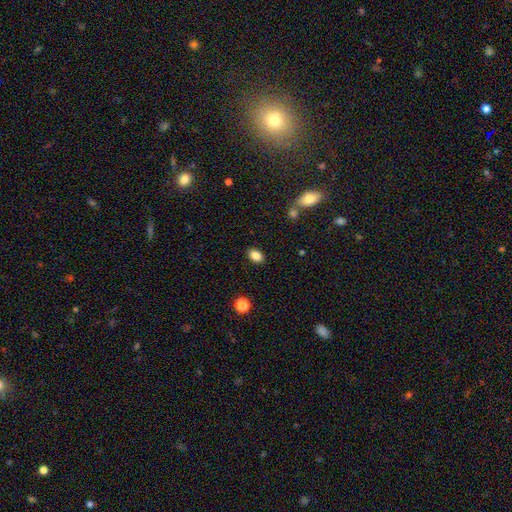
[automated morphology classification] Smooth or featured?
  - smooth: 85% *
  - star or artifact: 9%
  - featured or disk: 6%
How rounded?
  - in between: 86% *
  - round: 12%
  - cigar-shaped: 2%
Merging?
  - none: 87% *
  - minor disturbance: 9%
  - major disturbance: 2%
  - merger: 2%